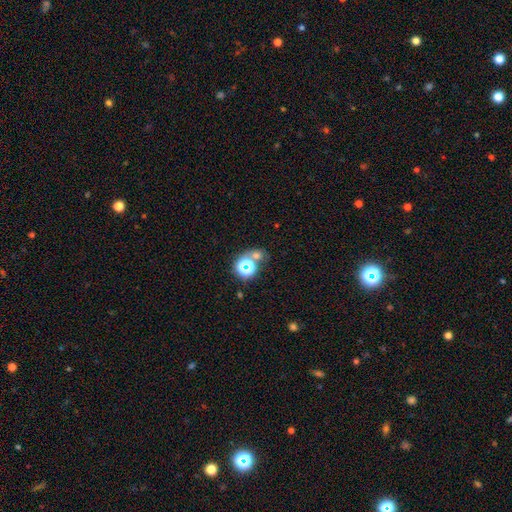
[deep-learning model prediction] Morphology: type=star or artifact (48%).